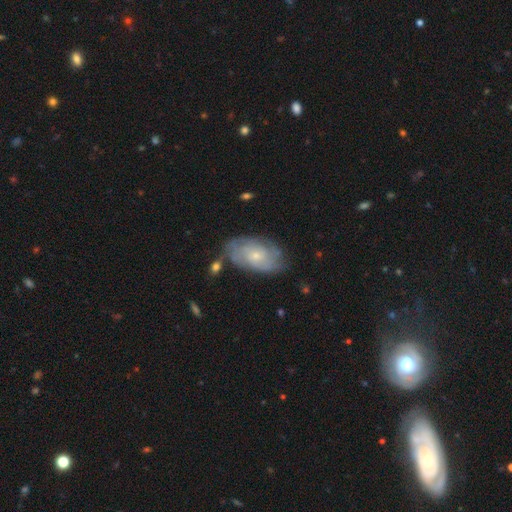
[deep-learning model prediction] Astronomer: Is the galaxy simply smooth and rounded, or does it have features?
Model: featured or disk — 61%.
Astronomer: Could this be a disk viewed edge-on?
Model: no — 94%.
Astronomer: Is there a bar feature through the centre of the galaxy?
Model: no — 79%.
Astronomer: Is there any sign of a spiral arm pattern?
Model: yes — 80%.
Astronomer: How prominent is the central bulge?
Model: small — 70%.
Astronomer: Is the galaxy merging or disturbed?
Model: none — 67%.